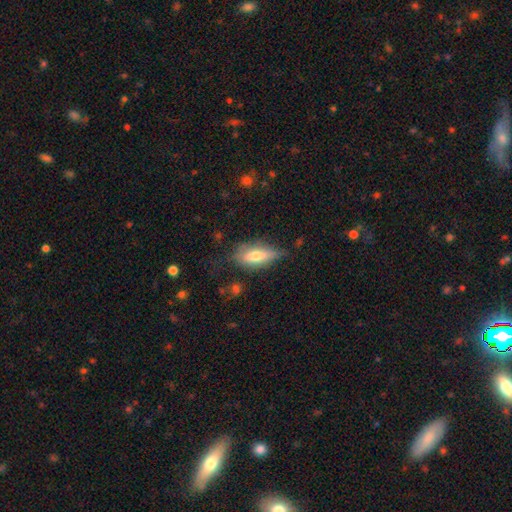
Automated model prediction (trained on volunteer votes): Q: Smooth or featured?
A: smooth (58%); runner-up: featured or disk (34%)
Q: How rounded?
A: in between (69%); runner-up: cigar-shaped (28%)
Q: Merging?
A: none (61%); runner-up: minor disturbance (26%)